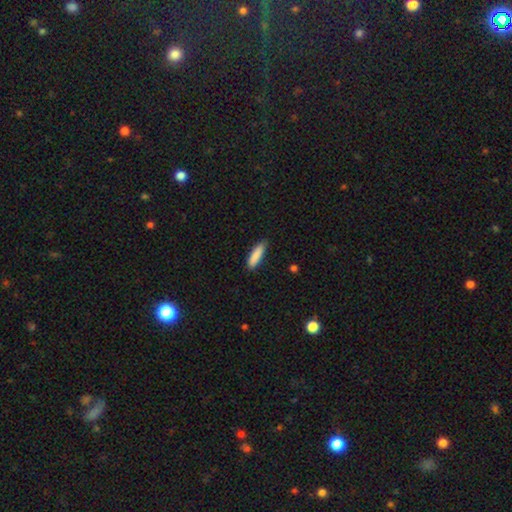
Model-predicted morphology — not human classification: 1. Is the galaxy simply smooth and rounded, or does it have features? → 88% smooth, 6% star or artifact, 6% featured or disk.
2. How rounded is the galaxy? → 62% cigar-shaped, 37% in between, 1% round.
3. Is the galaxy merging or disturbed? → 81% none, 15% minor disturbance, 2% major disturbance, 1% merger.